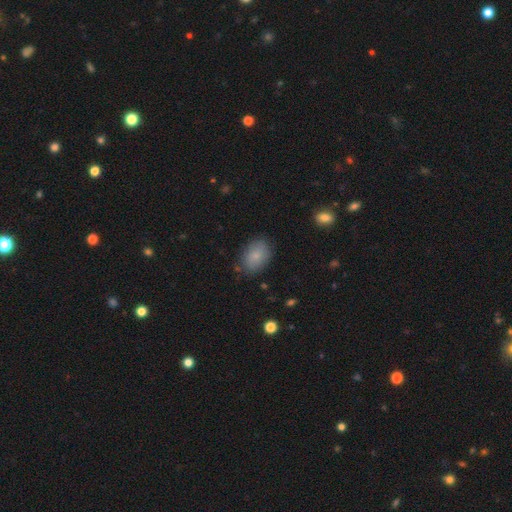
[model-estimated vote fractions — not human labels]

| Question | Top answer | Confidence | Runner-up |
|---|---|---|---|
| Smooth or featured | smooth | 82% | featured or disk (11%) |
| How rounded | in between | 84% | round (14%) |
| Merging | none | 80% | minor disturbance (14%) |